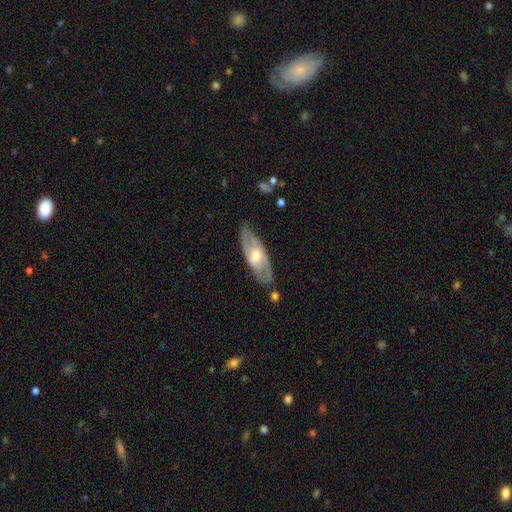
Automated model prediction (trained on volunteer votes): featured or disk 68%, smooth 26%, star or artifact 6%. Down the decision tree: edge-on disk — no (79%); bar — no (47%); spiral arms — yes (76%); bulge size — moderate (61%); merging — none (81%).